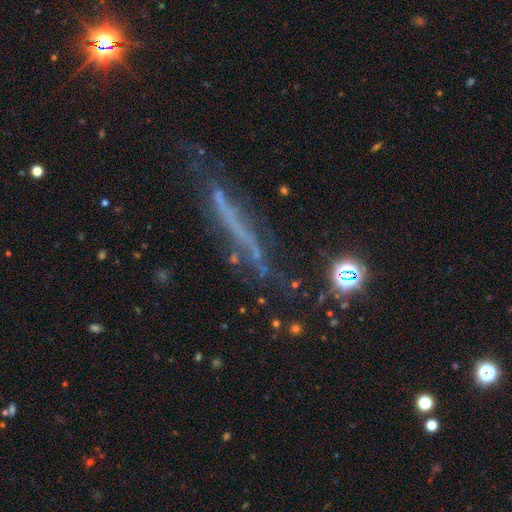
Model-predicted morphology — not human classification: This appears to be a featured or disk galaxy (54%) viewed edge-on (74%). Merging: none (54%).